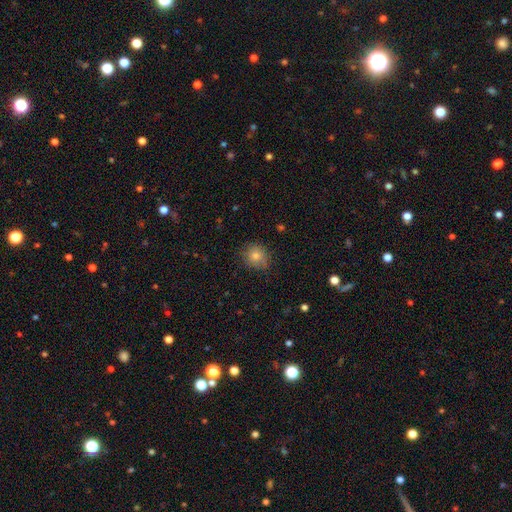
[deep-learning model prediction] Q: Smooth or featured?
A: smooth (77%); runner-up: star or artifact (14%)
Q: How rounded?
A: round (83%); runner-up: in between (16%)
Q: Merging?
A: none (80%); runner-up: minor disturbance (16%)